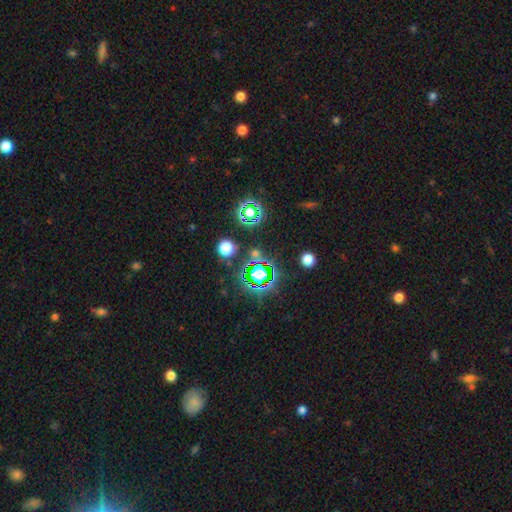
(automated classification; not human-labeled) Q: Smooth or featured?
A: star or artifact (74%); runner-up: smooth (18%)